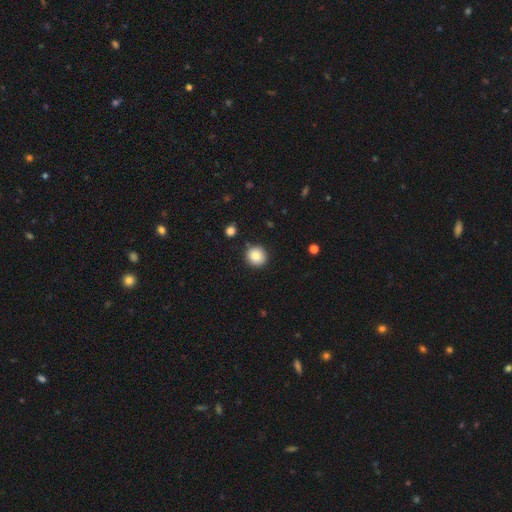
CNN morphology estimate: A smooth galaxy with no disk features (84%) that is round (92%). Merging: none (88%).